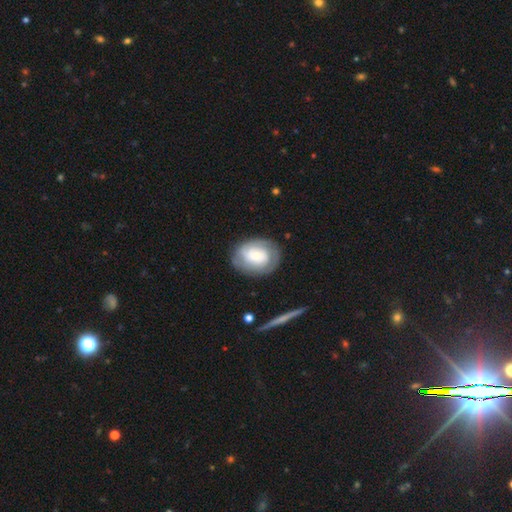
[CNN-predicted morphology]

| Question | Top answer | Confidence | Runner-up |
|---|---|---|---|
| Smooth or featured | featured or disk | 62% | smooth (31%) |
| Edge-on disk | no | 97% | yes (3%) |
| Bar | no | 74% | weak (21%) |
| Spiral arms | yes | 85% | no (15%) |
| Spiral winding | tight | 63% | medium (28%) |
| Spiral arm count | can't tell | 36% | tied: 2 (36%) |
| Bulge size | small | 46% | moderate (31%) |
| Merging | none | 75% | minor disturbance (17%) |